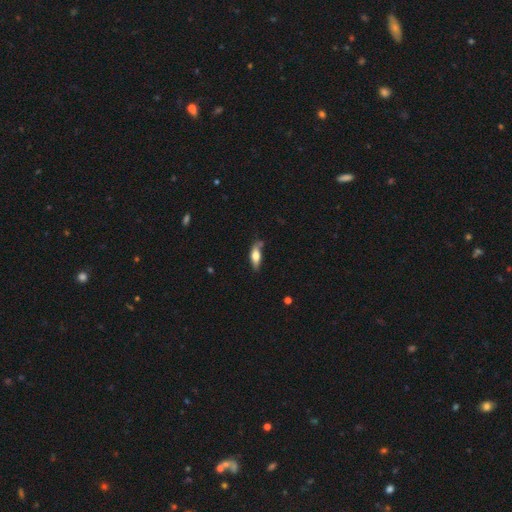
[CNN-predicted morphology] type=smooth (66%); roundness=in between (65%); merging=none (59%).